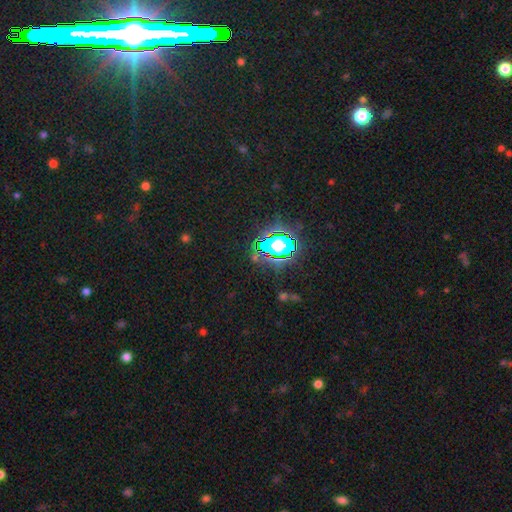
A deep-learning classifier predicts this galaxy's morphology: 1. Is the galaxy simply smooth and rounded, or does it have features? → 71% star or artifact, 18% smooth, 11% featured or disk.